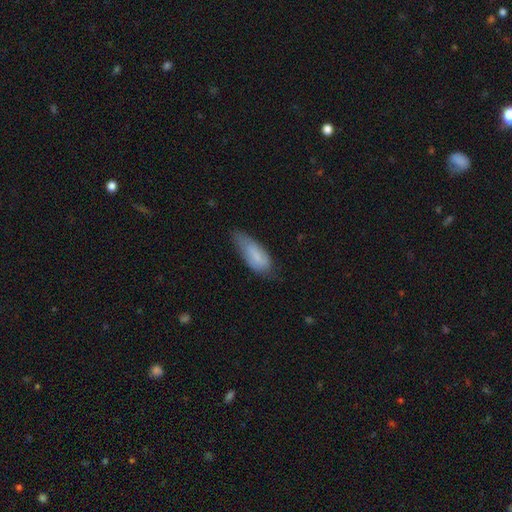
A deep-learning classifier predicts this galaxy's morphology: smooth-or-featured: smooth: 66% | featured or disk: 27% | star or artifact: 7%
  how-rounded: in between: 76% | cigar-shaped: 22% | round: 2%
  merging: none: 45% | minor disturbance: 40% | major disturbance: 13% | merger: 2%